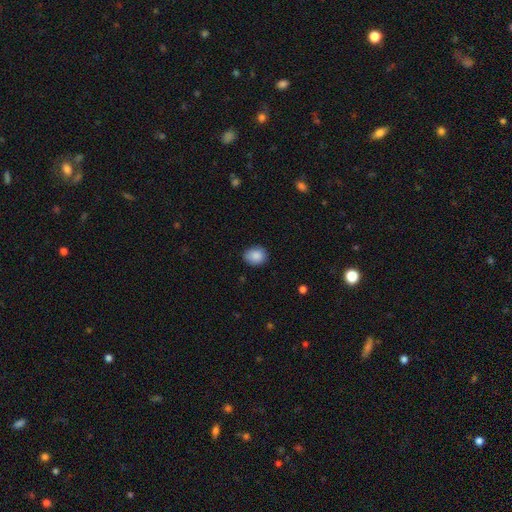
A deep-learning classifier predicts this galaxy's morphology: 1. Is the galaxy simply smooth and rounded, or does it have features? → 89% smooth, 8% star or artifact, 4% featured or disk.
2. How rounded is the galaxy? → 54% round, 46% in between, 1% cigar-shaped.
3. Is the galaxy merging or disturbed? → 84% none, 13% minor disturbance, 2% major disturbance, 1% merger.